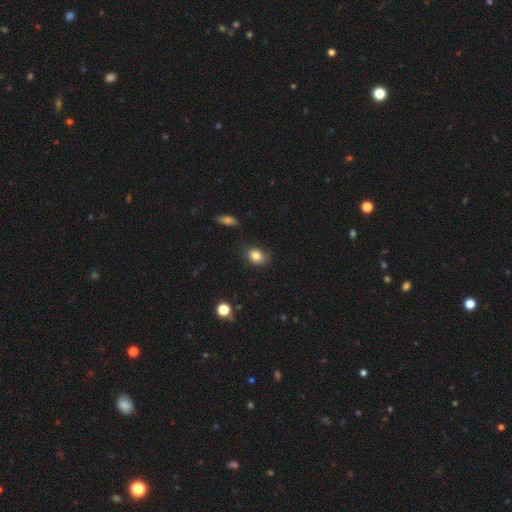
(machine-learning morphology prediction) Smooth or featured: smooth — 81% (star or artifact — 10%)
How rounded: in between — 57% (round — 41%)
Merging: none — 76% (minor disturbance — 18%)